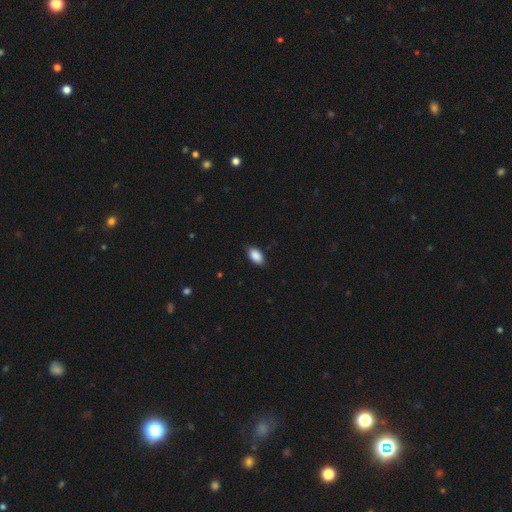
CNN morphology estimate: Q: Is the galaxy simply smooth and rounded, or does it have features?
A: smooth — 90%.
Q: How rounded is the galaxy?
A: in between — 93%.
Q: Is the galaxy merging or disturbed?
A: none — 86%.